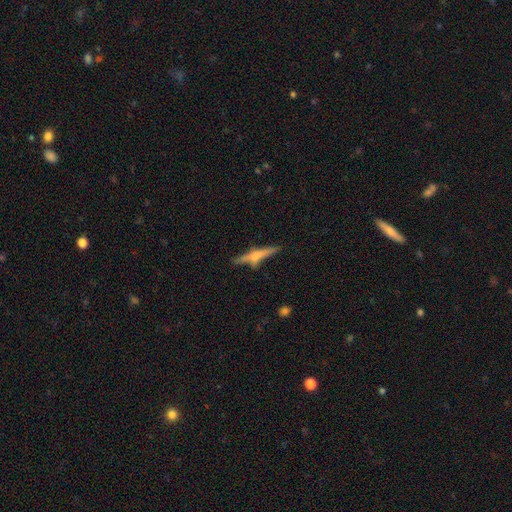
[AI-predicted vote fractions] Smooth or featured: featured or disk — 50% (smooth — 42%)
Merging: none — 70% (minor disturbance — 16%)